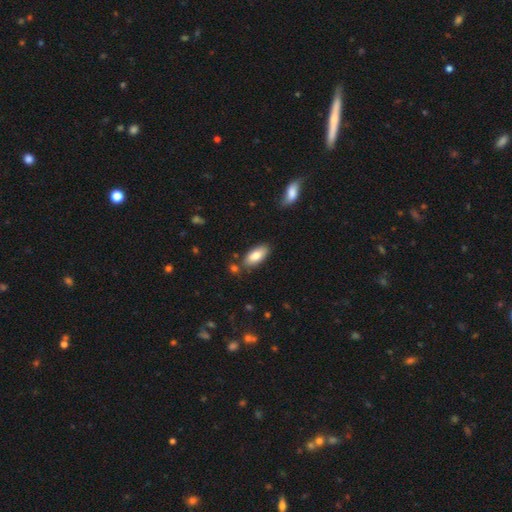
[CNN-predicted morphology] type=smooth (81%); roundness=in between (87%); merging=none (80%).